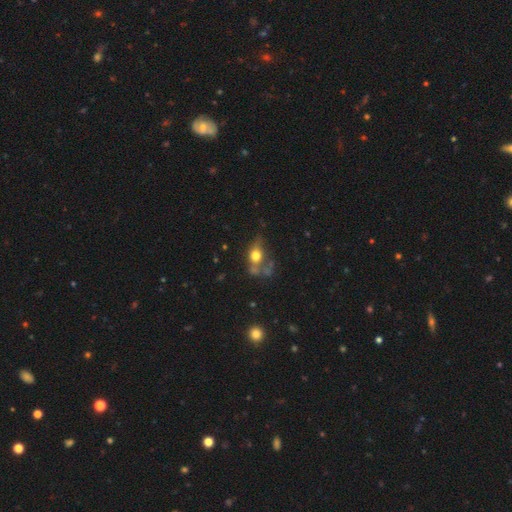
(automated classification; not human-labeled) This is likely a smooth galaxy (64%). How rounded: possibly in between (51%). Merging: marginally none (35%).